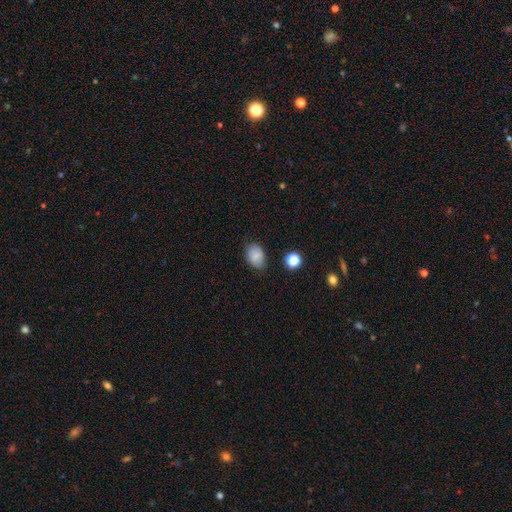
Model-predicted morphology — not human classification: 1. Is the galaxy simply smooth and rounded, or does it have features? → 81% smooth, 9% star or artifact, 9% featured or disk.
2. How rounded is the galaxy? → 77% in between, 22% round, 1% cigar-shaped.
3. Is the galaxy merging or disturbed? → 78% none, 16% minor disturbance, 3% major disturbance, 2% merger.